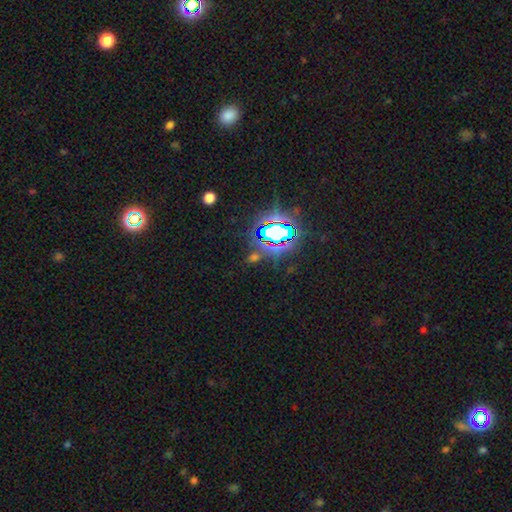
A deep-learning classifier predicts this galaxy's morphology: This is likely a star or artifact rather than a galaxy (74%).